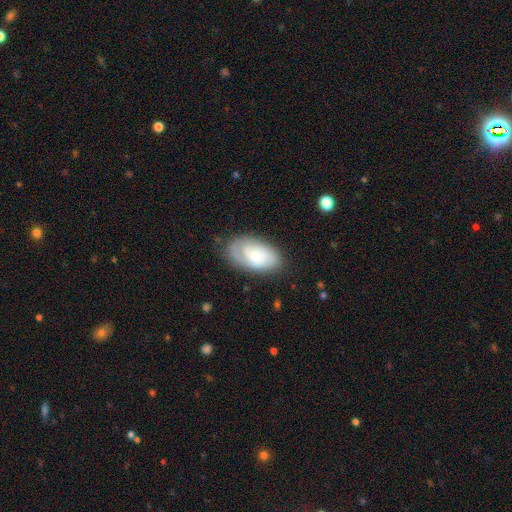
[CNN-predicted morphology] Smooth or featured?
  - featured or disk: 57% *
  - smooth: 37%
  - star or artifact: 7%
Edge-on disk?
  - no: 95% *
  - yes: 5%
Bar?
  - no: 70% *
  - weak: 25%
  - strong: 4%
Spiral arms?
  - yes: 83% *
  - no: 17%
Bulge size?
  - small: 50% *
  - moderate: 33%
  - none: 8%
  - large: 7%
  - dominant: 2%
Merging?
  - none: 72% *
  - minor disturbance: 19%
  - major disturbance: 7%
  - merger: 2%